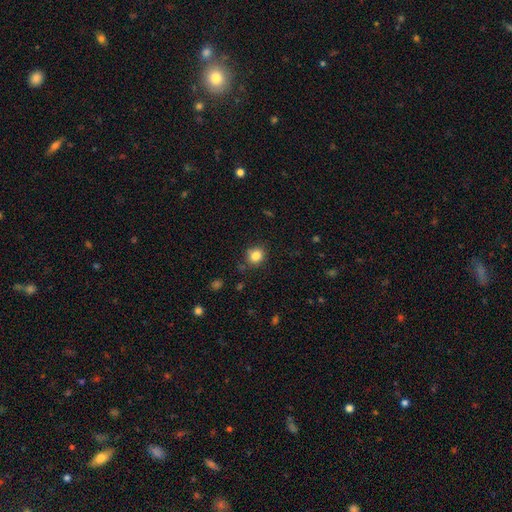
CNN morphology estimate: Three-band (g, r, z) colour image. It shows a smooth galaxy with no disk features (83%) that is round (78%). Merging: none (80%).